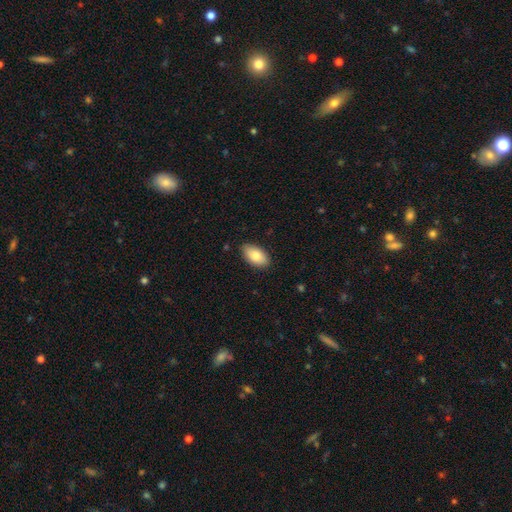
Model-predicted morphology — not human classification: Smooth or featured? Predicted: smooth (p=0.83). How rounded? Predicted: in between (p=0.94). Merging? Predicted: none (p=0.86).